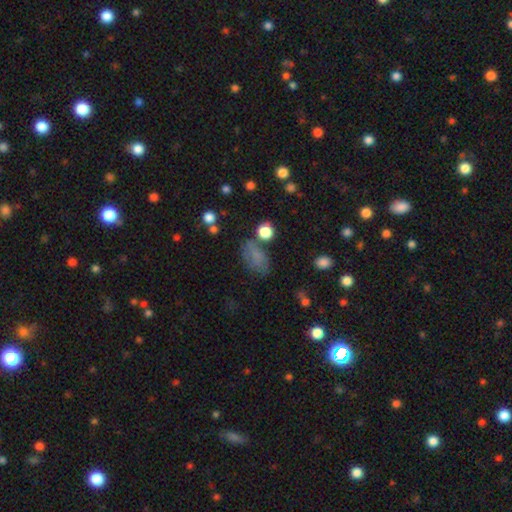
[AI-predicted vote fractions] Smooth or featured? Predicted: smooth (p=0.68). How rounded? Predicted: in between (p=0.83). Merging? Predicted: none (p=0.55).